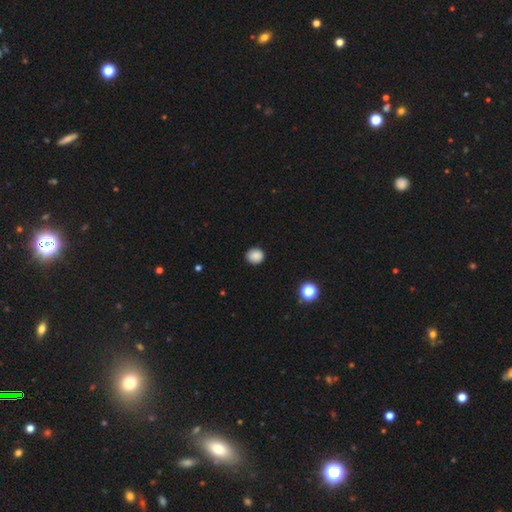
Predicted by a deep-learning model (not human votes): The model was most divided on "how rounded": round: 82%, in between: 17%, cigar-shaped: 1%. More confident: merging — none (88%); smooth or featured — smooth (86%).